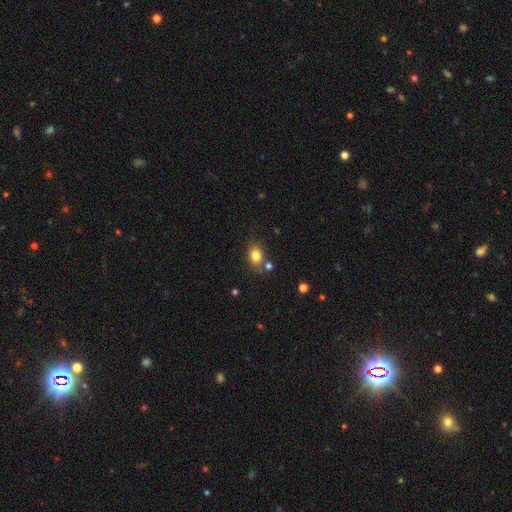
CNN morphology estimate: smooth 81%, star or artifact 11%, featured or disk 8%. Down the decision tree: how rounded — in between (57%); merging — none (69%).